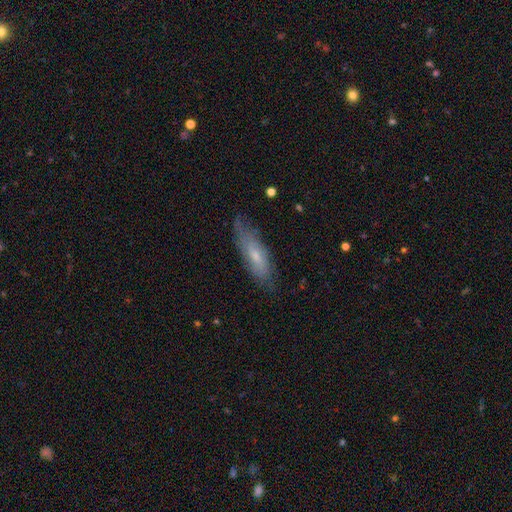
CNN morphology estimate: Q: Smooth or featured?
A: smooth (47%); runner-up: featured or disk (46%)
Q: Merging?
A: none (69%); runner-up: minor disturbance (23%)